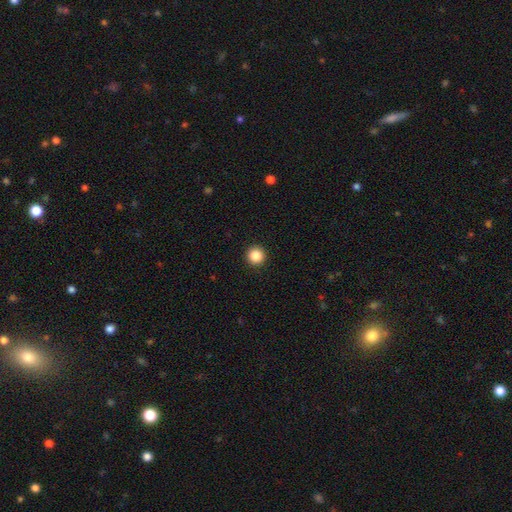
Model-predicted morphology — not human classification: A smooth galaxy with no disk features (87%) that is round (96%).

Vote fractions:
- Smooth or featured? smooth: 87% / star or artifact: 10% / featured or disk: 3%
- How rounded? round: 96% / in between: 3% / cigar-shaped: 1%
- Merging? none: 94% / minor disturbance: 4% / major disturbance: 1% / merger: 1%